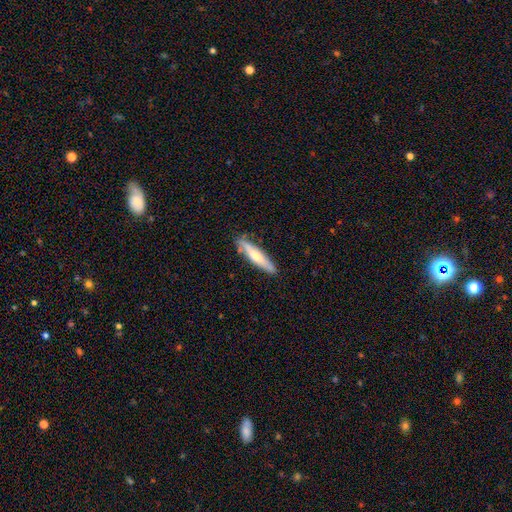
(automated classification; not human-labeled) A smooth galaxy with no disk features (50%).

Vote fractions:
- Smooth or featured? smooth: 50% / featured or disk: 44% / star or artifact: 6%
- Merging? none: 83% / minor disturbance: 13% / major disturbance: 2% / merger: 2%